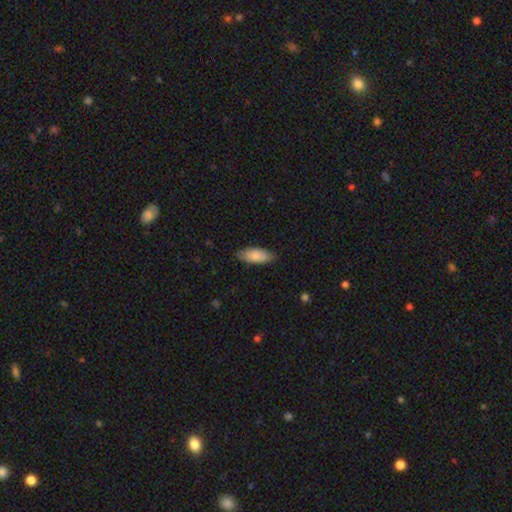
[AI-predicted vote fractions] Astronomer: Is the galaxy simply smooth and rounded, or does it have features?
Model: smooth — 83%.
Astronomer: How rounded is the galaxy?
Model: in between — 82%.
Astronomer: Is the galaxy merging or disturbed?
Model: none — 82%.